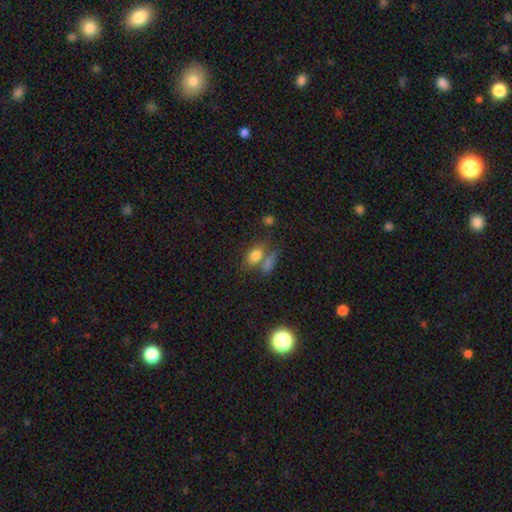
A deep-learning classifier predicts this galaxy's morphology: smooth-or-featured: smooth: 78% | star or artifact: 11% | featured or disk: 11%
  how-rounded: in between: 79% | round: 17% | cigar-shaped: 5%
  merging: none: 45% | merger: 36% | minor disturbance: 12% | major disturbance: 7%